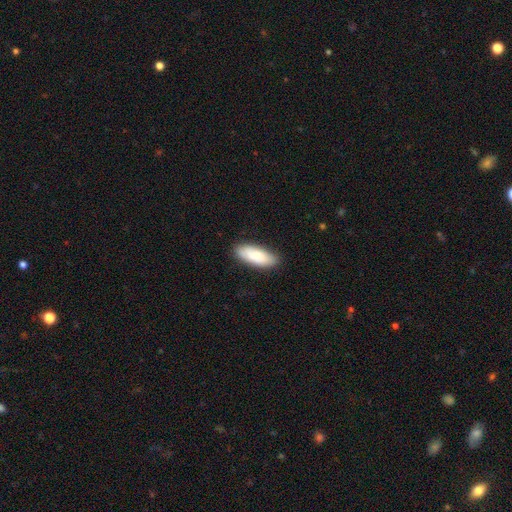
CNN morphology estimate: Overall: smooth (80%). How rounded: in between (76%). Merging: none (85%).